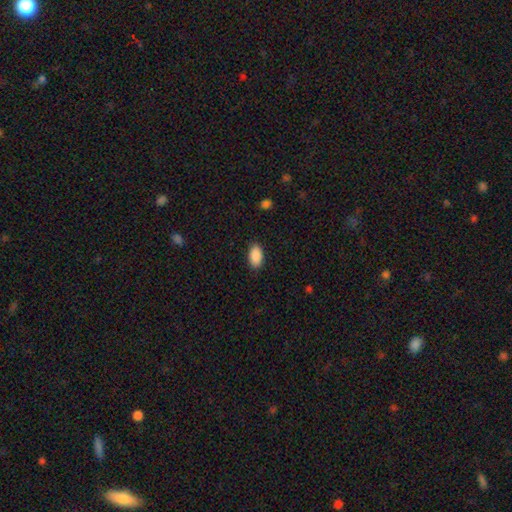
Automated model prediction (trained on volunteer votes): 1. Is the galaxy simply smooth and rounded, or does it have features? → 90% smooth, 7% star or artifact, 3% featured or disk.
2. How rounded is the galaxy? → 94% in between, 4% round, 2% cigar-shaped.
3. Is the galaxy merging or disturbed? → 88% none, 9% minor disturbance, 2% major disturbance, 1% merger.